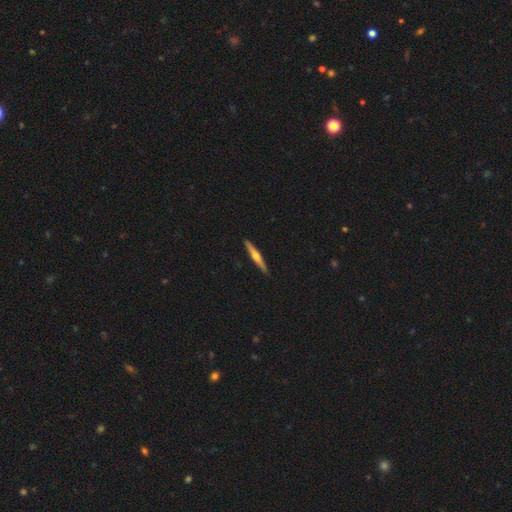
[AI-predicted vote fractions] The model was most divided on "smooth or featured": featured or disk: 67%, smooth: 28%, star or artifact: 5%. More confident: edge-on disk — yes (98%); merging — none (92%); edge-on bulge — rounded (88%).